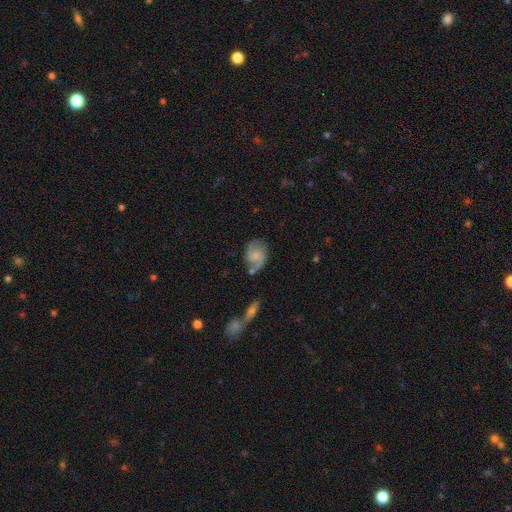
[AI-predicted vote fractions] A featured or disk galaxy (73%) with no bar (56%), 2 (86%) medium (51%) spiral arms (93%) and a small central bulge (41%). Merging: none (65%).